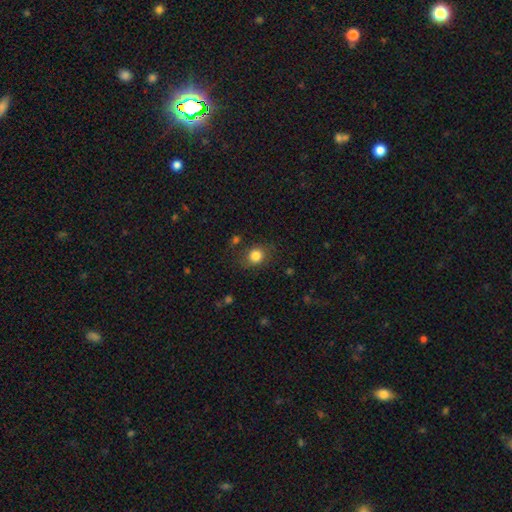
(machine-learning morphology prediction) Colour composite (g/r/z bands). It shows a smooth galaxy with no disk features (82%) that is round (73%). Merging: none (75%).